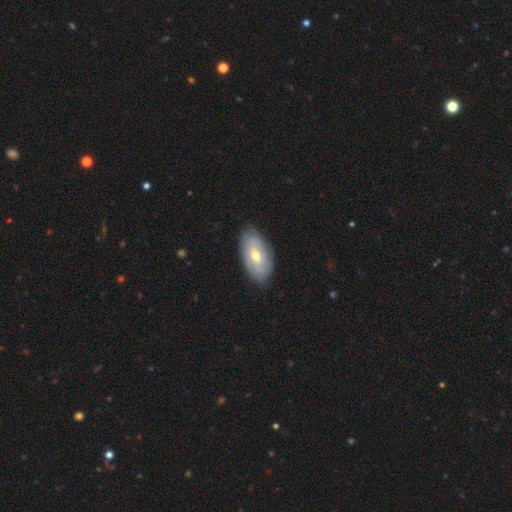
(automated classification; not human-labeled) Smooth or featured?
  - featured or disk: 48% *
  - smooth: 46%
  - star or artifact: 6%
Merging?
  - none: 83% *
  - minor disturbance: 13%
  - major disturbance: 3%
  - merger: 1%